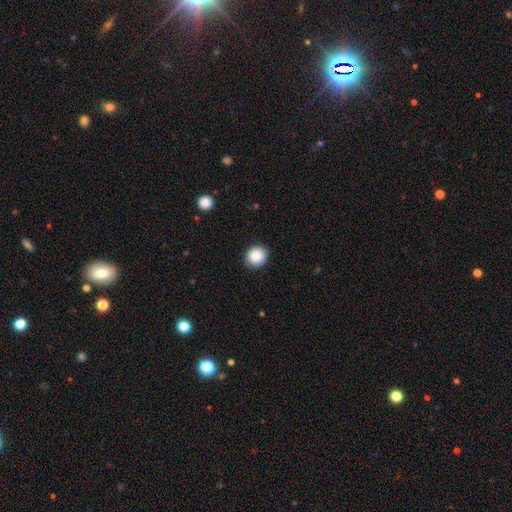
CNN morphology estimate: Smooth or featured? smooth (87%)
How rounded? round (83%)
Merging? none (90%)